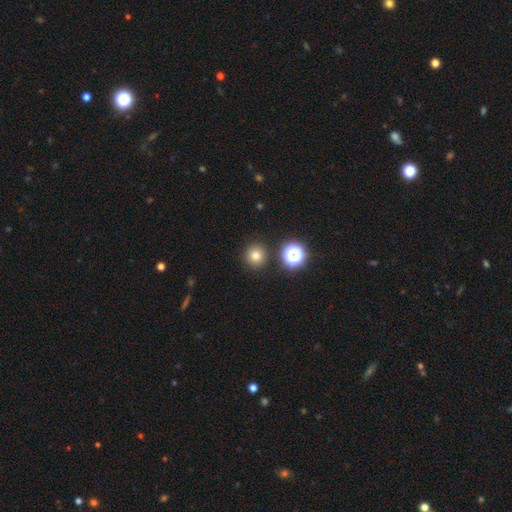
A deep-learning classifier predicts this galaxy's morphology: This is likely a smooth galaxy (76%). How rounded: clearly round (94%). Merging: clearly none (88%).